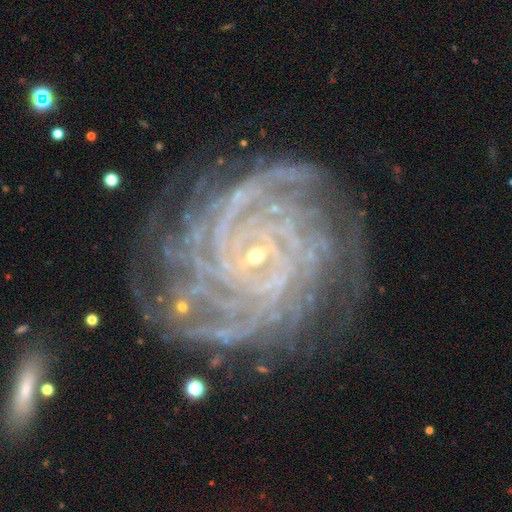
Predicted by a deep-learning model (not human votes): Smooth or featured: featured or disk — 91% (star or artifact — 6%)
Edge-on disk: no — 98% (yes — 2%)
Bar: no — 55% (weak — 30%)
Spiral arms: yes — 99% (no — 1%)
Spiral winding: tight — 83% (medium — 15%)
Spiral arm count: more than 4 — 32% (4 — 22%)
Bulge size: small — 86% (moderate — 10%)
Merging: none — 75% (minor disturbance — 16%)